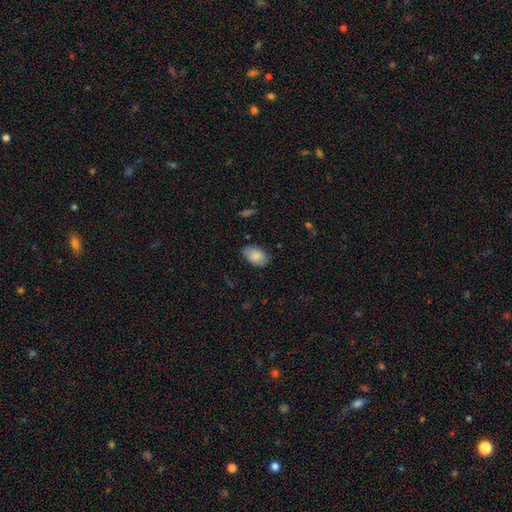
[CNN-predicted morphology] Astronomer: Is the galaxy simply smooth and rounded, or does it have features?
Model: smooth — 85%.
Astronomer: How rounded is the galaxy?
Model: in between — 90%.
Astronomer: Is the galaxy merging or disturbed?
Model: none — 79%.